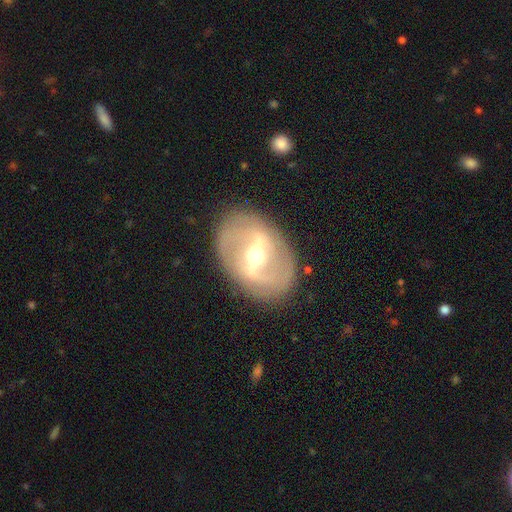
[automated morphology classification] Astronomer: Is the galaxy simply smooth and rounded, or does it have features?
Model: featured or disk — 82%.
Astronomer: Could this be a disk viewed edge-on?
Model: no — 87%.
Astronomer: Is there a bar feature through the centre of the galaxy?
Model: strong — 76%.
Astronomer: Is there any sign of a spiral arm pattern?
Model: no — 56% (runner-up: yes, 44%).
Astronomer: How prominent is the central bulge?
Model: moderate — 70%.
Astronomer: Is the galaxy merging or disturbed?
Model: none — 82%.